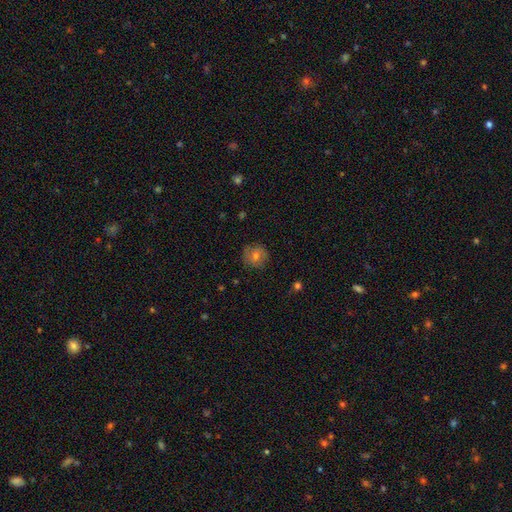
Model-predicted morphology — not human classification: smooth 62%, featured or disk 25%, star or artifact 13%. Down the decision tree: how rounded — round (90%); merging — none (84%).